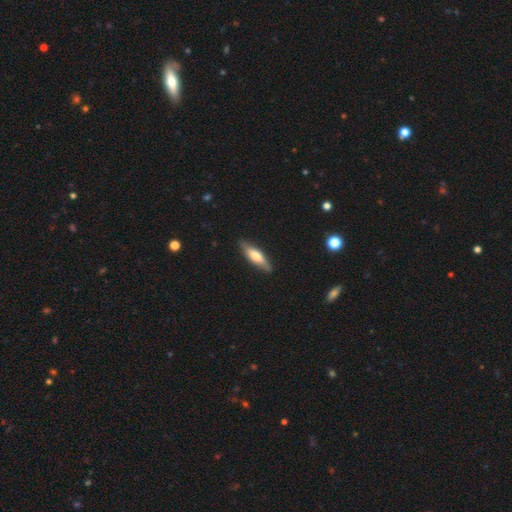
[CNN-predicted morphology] Q: Smooth or featured?
A: smooth (56%); runner-up: featured or disk (38%)
Q: How rounded?
A: cigar-shaped (61%); runner-up: in between (38%)
Q: Merging?
A: none (85%); runner-up: minor disturbance (12%)